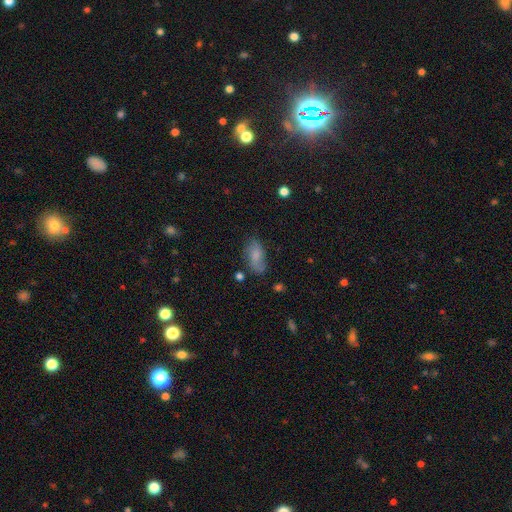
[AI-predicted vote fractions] Overall: smooth (71%). How rounded: in between (90%). Merging: none (66%).